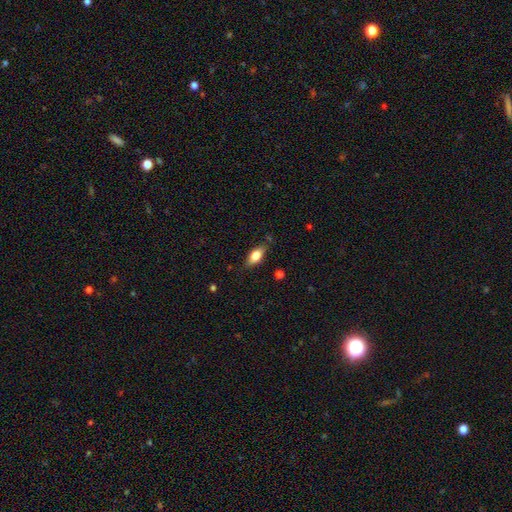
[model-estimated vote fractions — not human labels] A smooth galaxy with no disk features (73%) that is in between round and cigar-shaped (81%). Merging: none (78%).